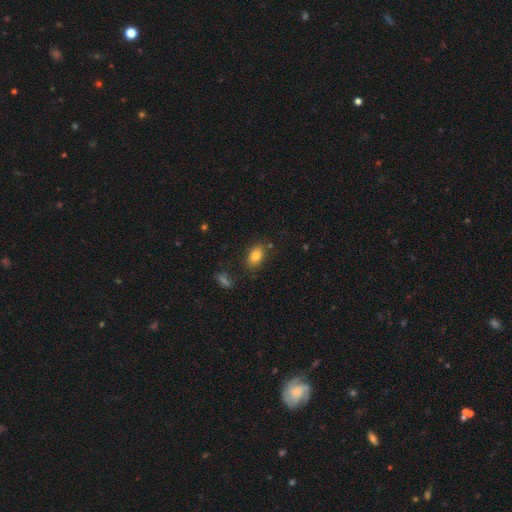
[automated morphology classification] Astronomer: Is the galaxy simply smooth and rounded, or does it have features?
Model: smooth — 82%.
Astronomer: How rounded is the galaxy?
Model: in between — 82%.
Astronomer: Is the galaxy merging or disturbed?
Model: none — 80%.